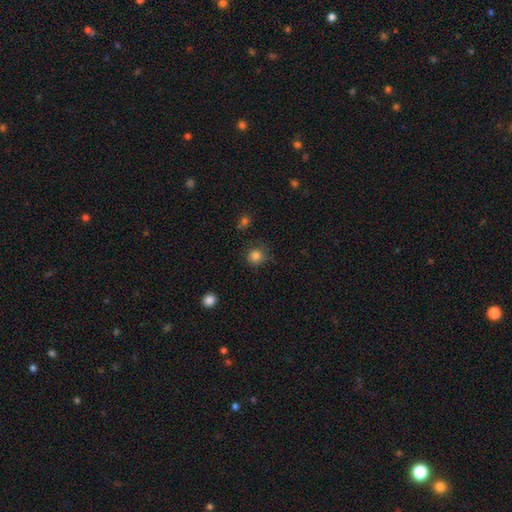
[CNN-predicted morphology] smooth-or-featured: smooth: 84% | star or artifact: 12% | featured or disk: 4%
  how-rounded: round: 89% | in between: 10% | cigar-shaped: 1%
  merging: none: 75% | minor disturbance: 17% | major disturbance: 5% | merger: 3%